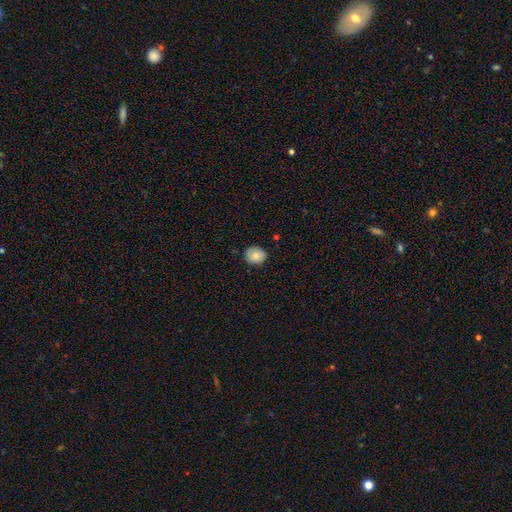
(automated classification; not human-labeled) Smooth or featured? Predicted: smooth (p=0.82). How rounded? Predicted: round (p=0.70). Merging? Predicted: none (p=0.84).